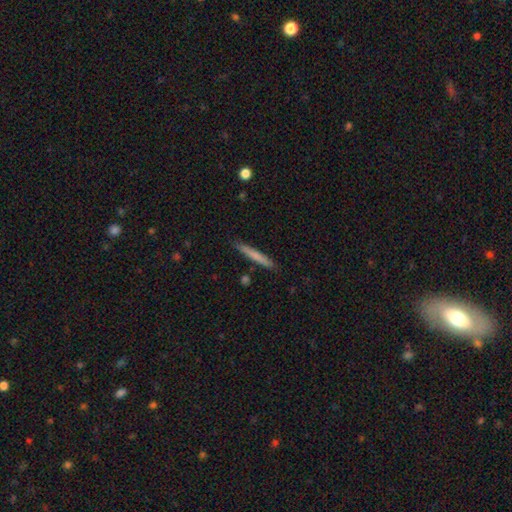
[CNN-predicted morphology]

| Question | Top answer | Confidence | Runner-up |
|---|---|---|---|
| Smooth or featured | smooth | 71% | featured or disk (24%) |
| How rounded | cigar-shaped | 96% | in between (3%) |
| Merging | none | 88% | minor disturbance (8%) |